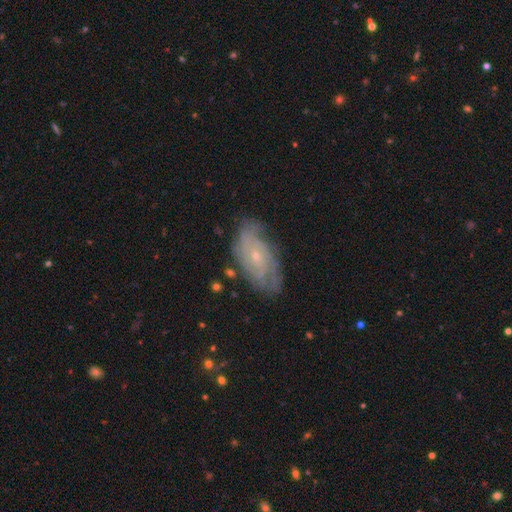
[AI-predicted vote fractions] A featured or disk galaxy (75%) with no bar (72%), tight (60%) spiral arms (88%) and a small central bulge (76%). Merging: none (72%).